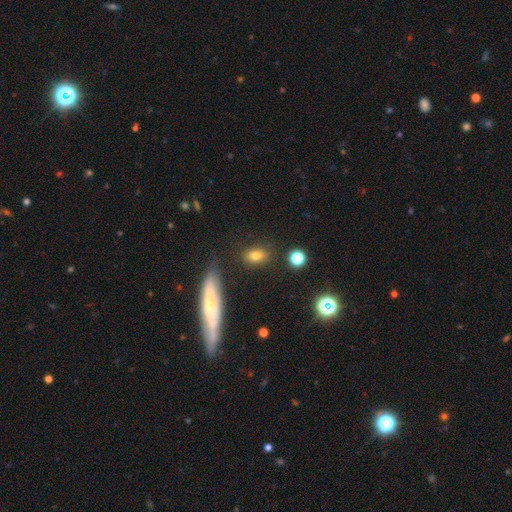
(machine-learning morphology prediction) Smooth or featured: smooth — 76% (featured or disk — 13%)
How rounded: in between — 75% (round — 19%)
Merging: none — 79% (minor disturbance — 13%)